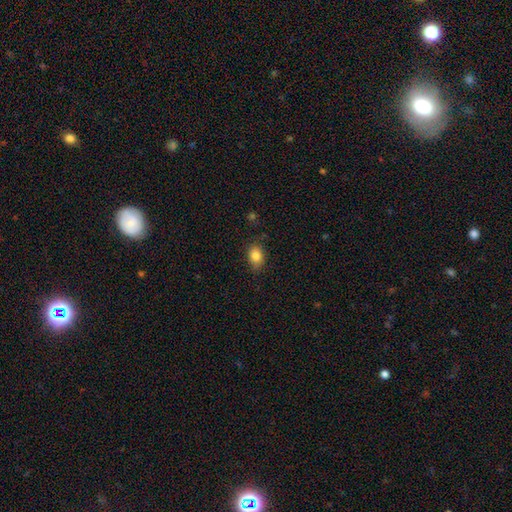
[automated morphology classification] smooth 84%, star or artifact 9%, featured or disk 7%. Down the decision tree: how rounded — in between (69%); merging — none (77%).